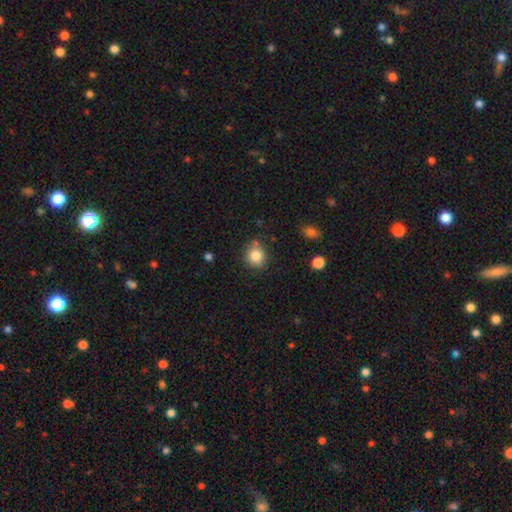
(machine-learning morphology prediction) This is clearly a smooth galaxy (82%). How rounded: clearly round (84%). Merging: likely none (77%).